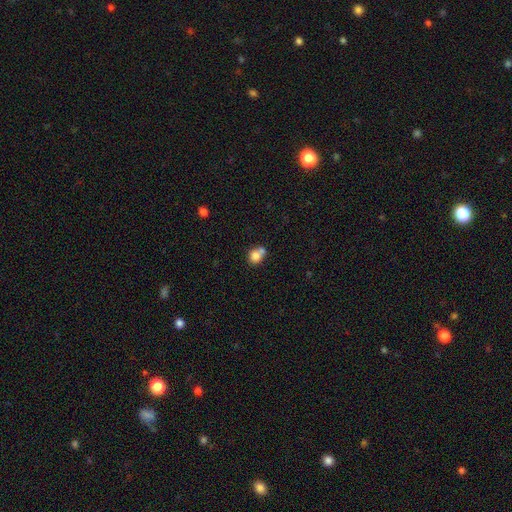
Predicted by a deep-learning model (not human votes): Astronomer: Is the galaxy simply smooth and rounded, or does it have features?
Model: smooth — 78%.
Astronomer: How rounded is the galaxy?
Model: round — 73%.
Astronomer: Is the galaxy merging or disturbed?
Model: merger — 45% (runner-up: none, 41%).